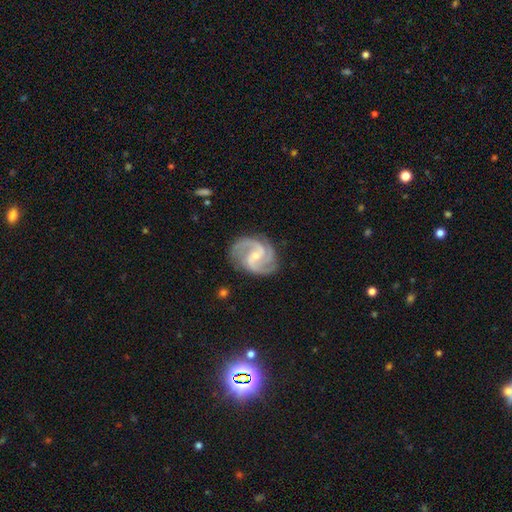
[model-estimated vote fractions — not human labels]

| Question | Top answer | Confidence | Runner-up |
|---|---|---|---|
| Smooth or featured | featured or disk | 93% | star or artifact (4%) |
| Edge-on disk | no | 98% | yes (2%) |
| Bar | weak | 48% | no (38%) |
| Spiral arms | yes | 99% | no (1%) |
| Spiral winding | medium | 57% | tight (33%) |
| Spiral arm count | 3 | 59% | 2 (19%) |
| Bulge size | small | 64% | moderate (31%) |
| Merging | none | 79% | minor disturbance (15%) |